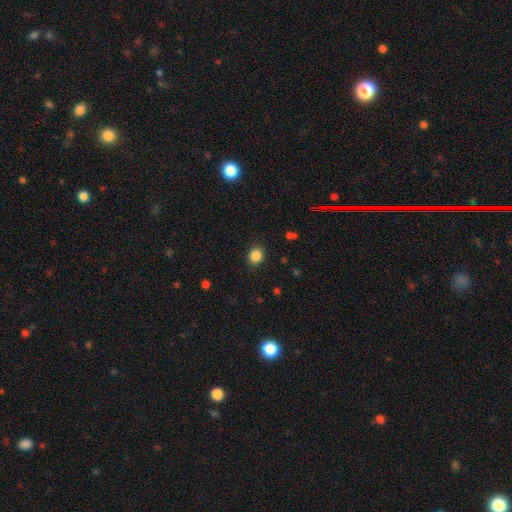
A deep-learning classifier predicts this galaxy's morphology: Overall: smooth (86%). How rounded: round (62%; in between 37%). Merging: none (88%).